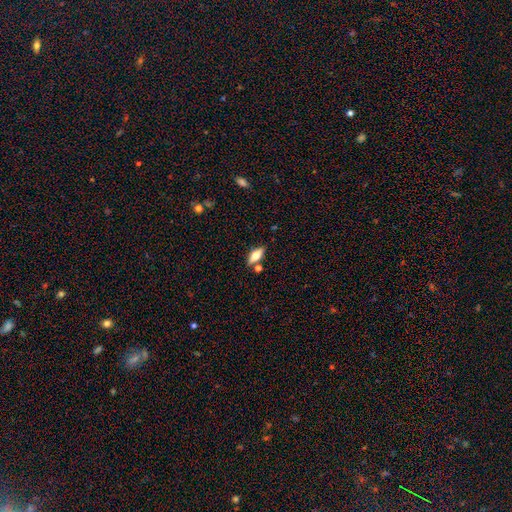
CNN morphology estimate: smooth-or-featured: smooth: 61% | featured or disk: 32% | star or artifact: 7%
  how-rounded: in between: 75% | cigar-shaped: 22% | round: 3%
  merging: none: 78% | minor disturbance: 11% | merger: 8% | major disturbance: 3%